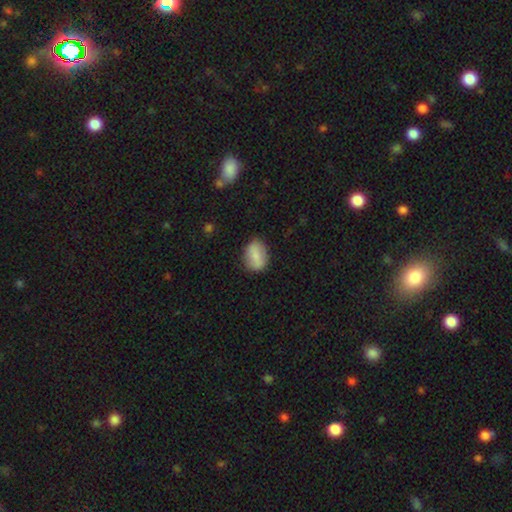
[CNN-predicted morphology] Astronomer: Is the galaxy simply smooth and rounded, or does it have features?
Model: smooth — 76%.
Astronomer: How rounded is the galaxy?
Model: in between — 69%.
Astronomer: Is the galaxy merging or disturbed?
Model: none — 79%.